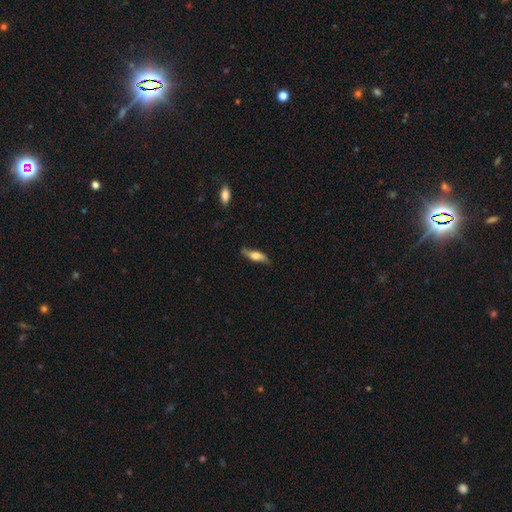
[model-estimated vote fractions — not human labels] Smooth or featured?
  - smooth: 48% *
  - featured or disk: 45%
  - star or artifact: 7%
Merging?
  - none: 74% *
  - minor disturbance: 20%
  - major disturbance: 5%
  - merger: 2%